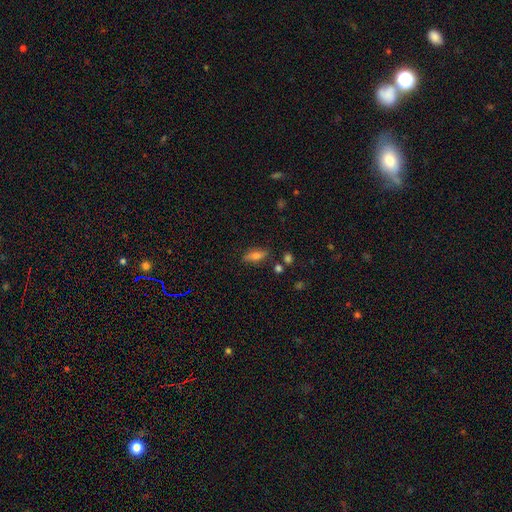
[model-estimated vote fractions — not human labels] A smooth galaxy with no disk features (70%) that is in between round and cigar-shaped (67%).

Vote fractions:
- Smooth or featured? smooth: 70% / featured or disk: 20% / star or artifact: 10%
- How rounded? in between: 67% / cigar-shaped: 29% / round: 4%
- Merging? none: 81% / minor disturbance: 13% / merger: 4% / major disturbance: 3%